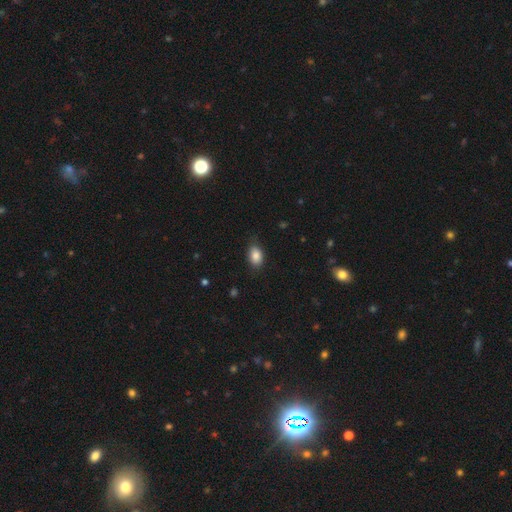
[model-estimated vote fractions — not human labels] A smooth galaxy with no disk features (86%) that is in between round and cigar-shaped (85%). Merging: none (77%).